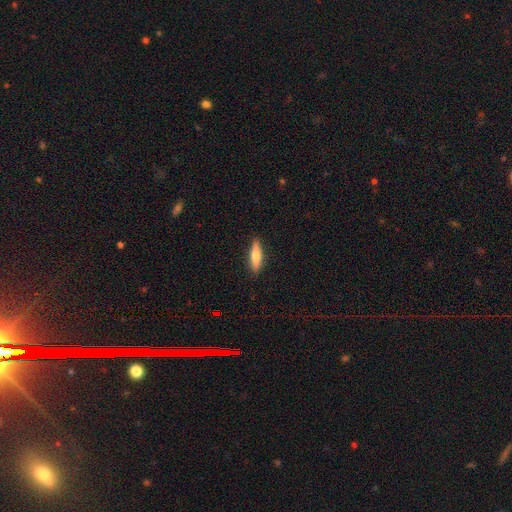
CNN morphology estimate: Q: Smooth or featured?
A: smooth (69%); runner-up: featured or disk (25%)
Q: How rounded?
A: cigar-shaped (67%); runner-up: in between (31%)
Q: Merging?
A: none (89%); runner-up: minor disturbance (9%)